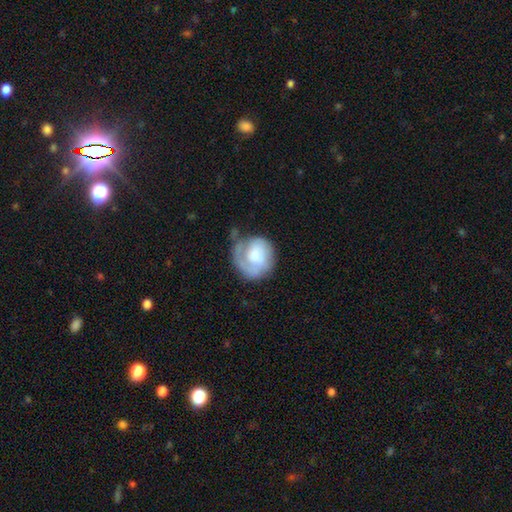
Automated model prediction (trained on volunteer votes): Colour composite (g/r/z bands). It shows a featured or disk galaxy (59%) with no bar (66%), spiral arms (78%) and a moderate central bulge (38%). Merging: none (48%).